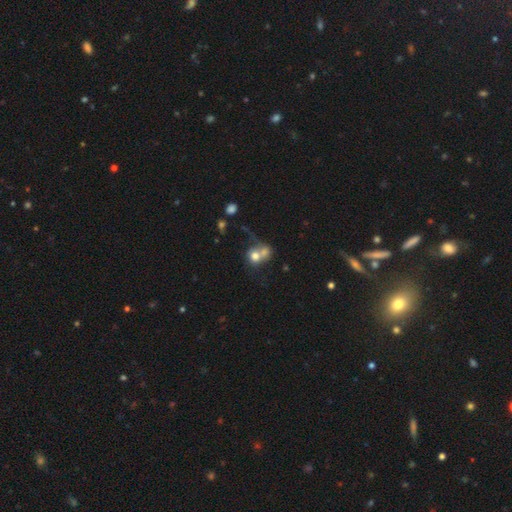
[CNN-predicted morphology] The model was most divided on "how rounded": round: 69%, in between: 30%, cigar-shaped: 1%. More confident: smooth or featured — smooth (67%); merging — merger (63%).